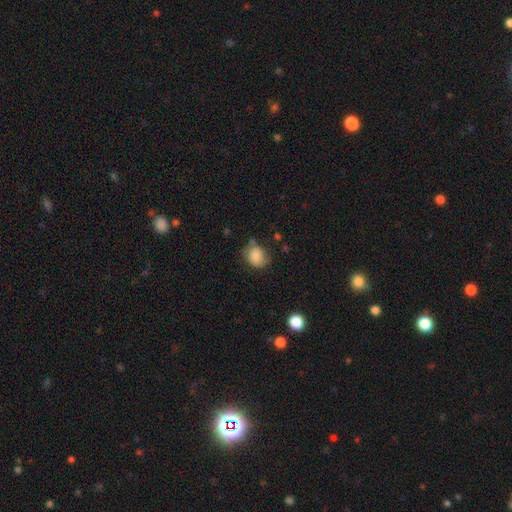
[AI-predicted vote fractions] Smooth or featured? Predicted: smooth (p=0.82). How rounded? Predicted: round (p=0.51). Merging? Predicted: none (p=0.57).